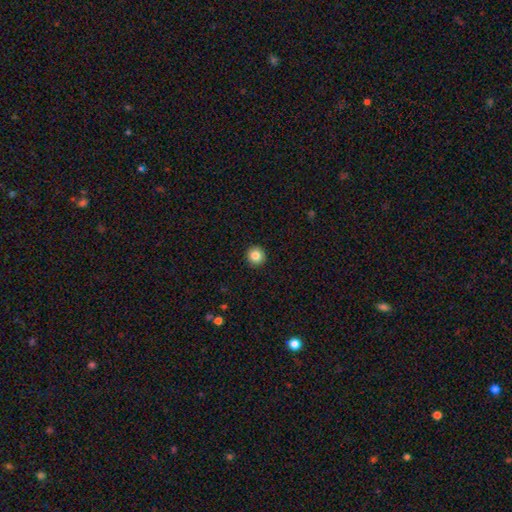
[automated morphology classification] Q: Smooth or featured?
A: smooth (85%); runner-up: star or artifact (10%)
Q: How rounded?
A: round (95%); runner-up: in between (4%)
Q: Merging?
A: none (93%); runner-up: minor disturbance (4%)